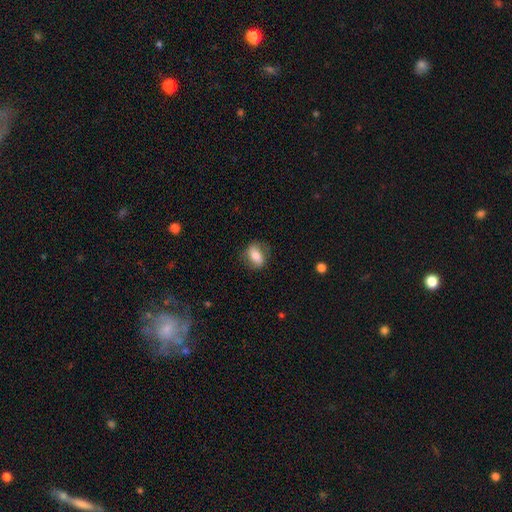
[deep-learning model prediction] Smooth or featured?
  - smooth: 69% *
  - featured or disk: 24%
  - star or artifact: 7%
How rounded?
  - in between: 75% *
  - round: 20%
  - cigar-shaped: 5%
Merging?
  - none: 78% *
  - minor disturbance: 16%
  - major disturbance: 5%
  - merger: 1%